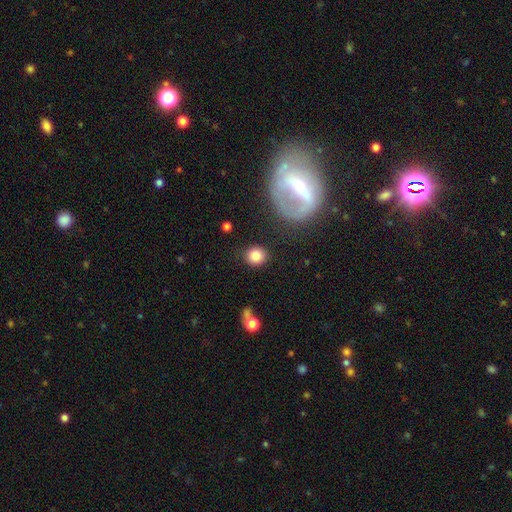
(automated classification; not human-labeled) Overall: smooth (84%). How rounded: round (84%). Merging: none (87%).